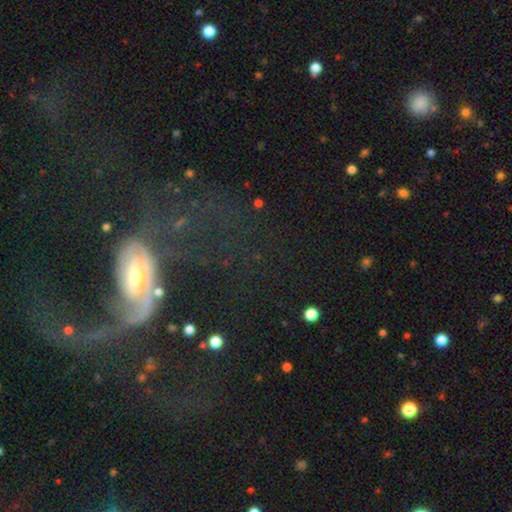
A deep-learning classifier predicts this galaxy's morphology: This appears to be a featured or disk galaxy (61%) with no bar (53%), spiral arms (64%) and a moderate central bulge (44%). Merging: major disturbance (45%).